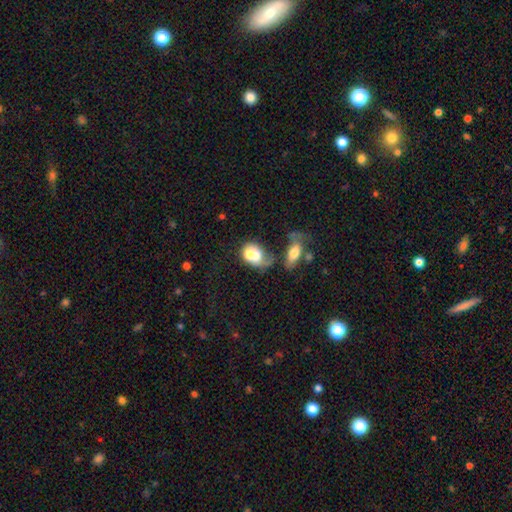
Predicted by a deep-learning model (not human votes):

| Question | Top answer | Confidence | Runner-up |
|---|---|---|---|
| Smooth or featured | smooth | 64% | featured or disk (24%) |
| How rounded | in between | 68% | round (30%) |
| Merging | merger | 46% | major disturbance (21%) |